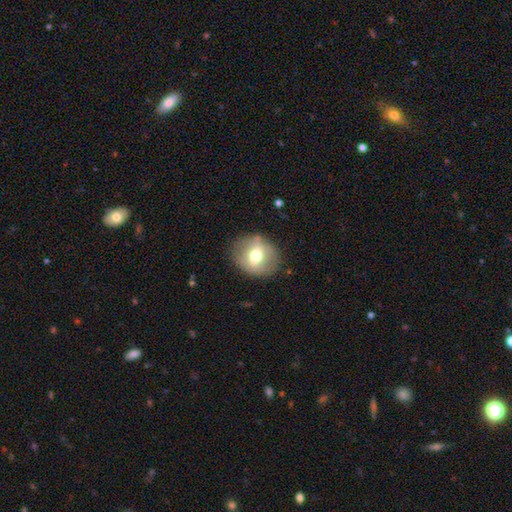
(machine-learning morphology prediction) type=smooth (54%); roundness=round (69%); merging=none (79%).